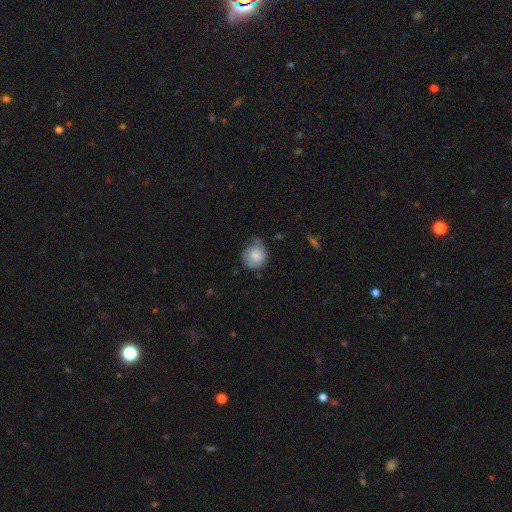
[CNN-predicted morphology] Smooth or featured?
  - smooth: 78% *
  - featured or disk: 15%
  - star or artifact: 8%
How rounded?
  - round: 80% *
  - in between: 19%
  - cigar-shaped: 1%
Merging?
  - none: 50% *
  - minor disturbance: 38%
  - major disturbance: 9%
  - merger: 3%